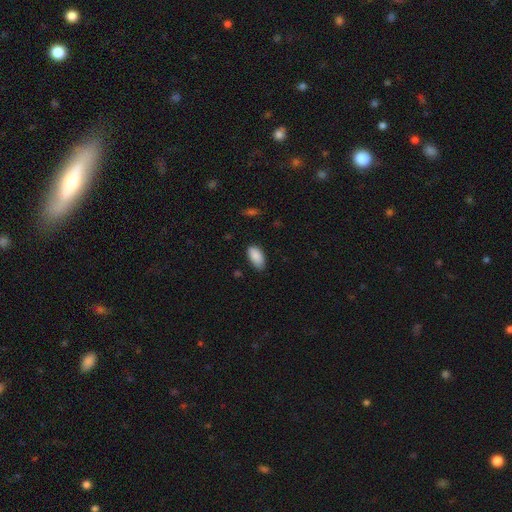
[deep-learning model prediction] This appears to be a smooth galaxy with no disk features (89%) that is in between round and cigar-shaped (94%). Merging: none (76%).